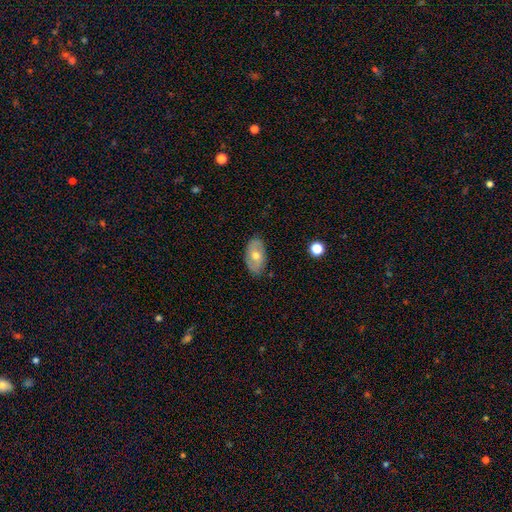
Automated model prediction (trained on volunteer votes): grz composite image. It shows a smooth galaxy with no disk features (49%). Merging: none (83%).